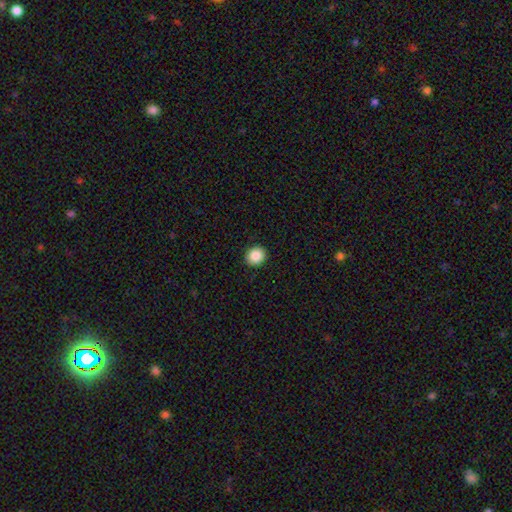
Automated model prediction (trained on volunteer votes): smooth-or-featured: smooth: 88% | star or artifact: 9% | featured or disk: 4%
  how-rounded: round: 82% | in between: 17% | cigar-shaped: 1%
  merging: none: 92% | minor disturbance: 5% | major disturbance: 2% | merger: 1%